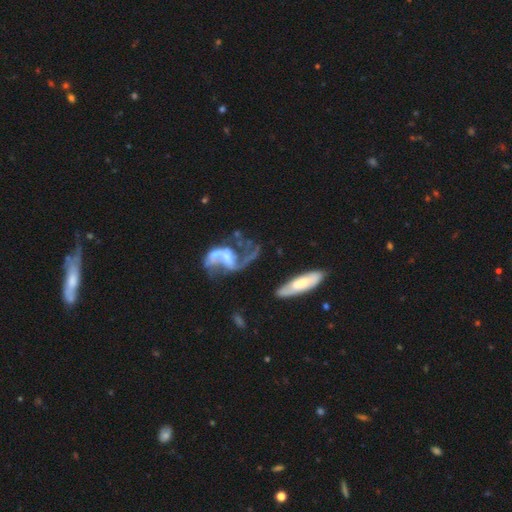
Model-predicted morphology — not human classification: Smooth or featured? Predicted: featured or disk (p=0.82). Edge-on disk? Predicted: no (p=0.93). Bar? Predicted: weak (p=0.41). Spiral arms? Predicted: yes (p=0.89). Spiral winding? Predicted: loose (p=0.64). Spiral arm count? Predicted: 2 (p=0.84). Bulge size? Predicted: small (p=0.36). Merging? Predicted: none (p=0.41).